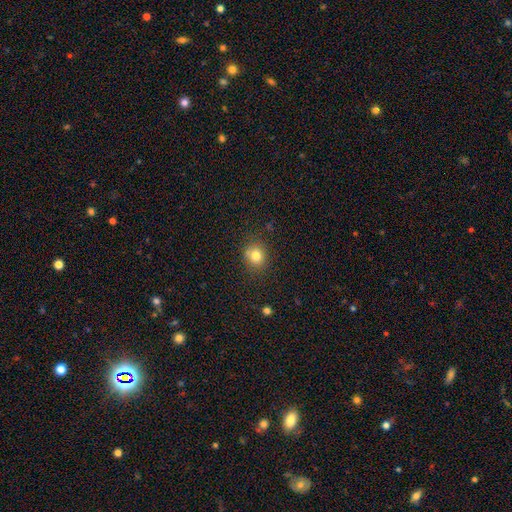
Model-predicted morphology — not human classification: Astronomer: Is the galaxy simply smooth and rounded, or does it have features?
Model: smooth — 79%.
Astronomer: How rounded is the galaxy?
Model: round — 75%.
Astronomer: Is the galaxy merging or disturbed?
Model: none — 79%.